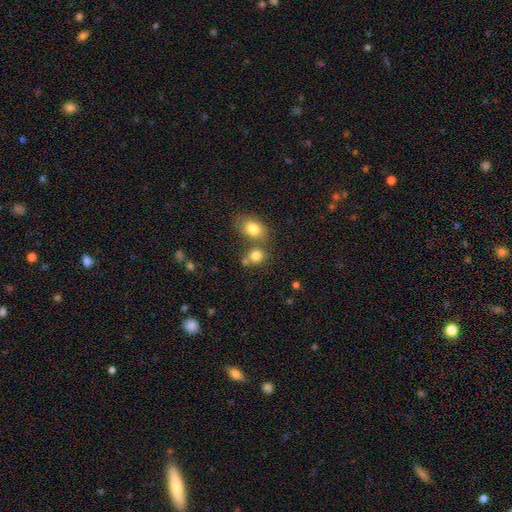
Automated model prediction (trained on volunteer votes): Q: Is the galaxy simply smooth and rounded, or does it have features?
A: smooth — 81%.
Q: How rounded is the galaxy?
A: round — 61%.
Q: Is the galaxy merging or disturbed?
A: none — 49%.